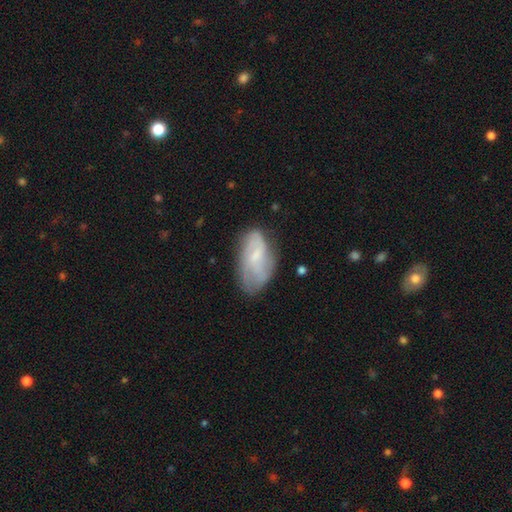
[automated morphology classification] This is possibly a featured or disk galaxy (53%). It is clearly not viewed edge-on (94%). Merging: likely none (60%).